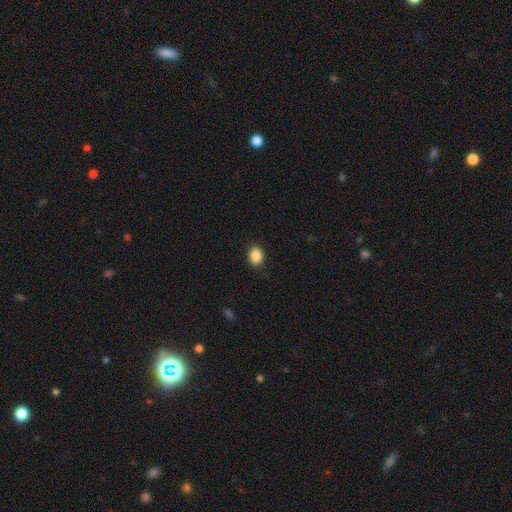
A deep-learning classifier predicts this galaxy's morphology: A smooth galaxy with no disk features (88%) that is in between round and cigar-shaped (66%). Merging: none (89%).